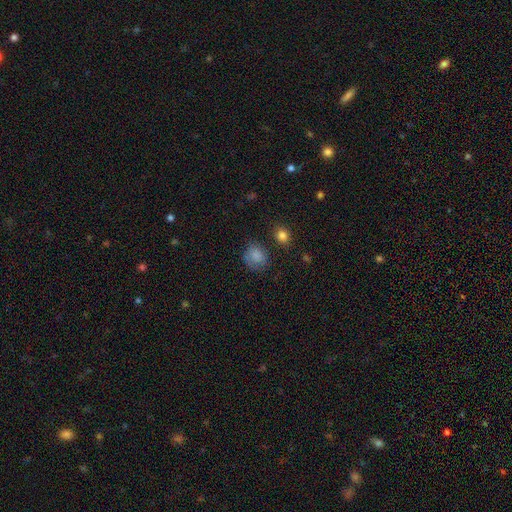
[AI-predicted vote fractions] A smooth galaxy with no disk features (81%) that is round (67%). Merging: none (63%).